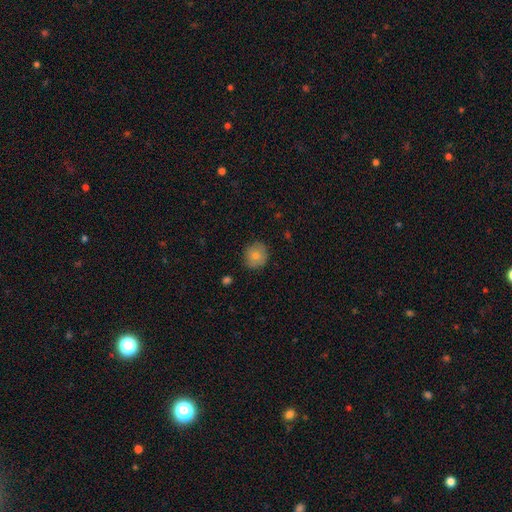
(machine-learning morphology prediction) Overall: smooth (78%). How rounded: round (88%). Merging: none (85%).